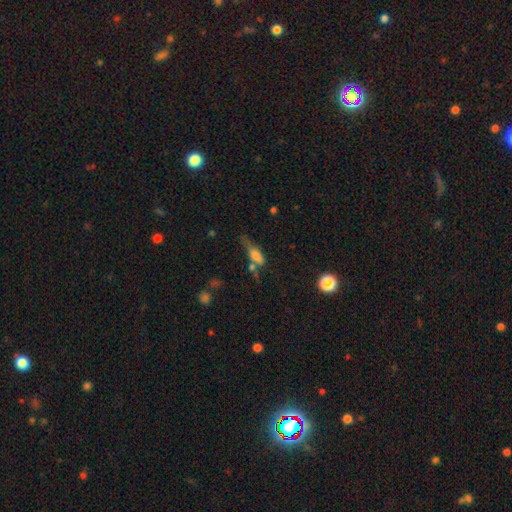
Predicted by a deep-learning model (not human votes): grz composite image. It shows a smooth galaxy with no disk features (63%) that is in between round and cigar-shaped (59%). Merging: none (34%).